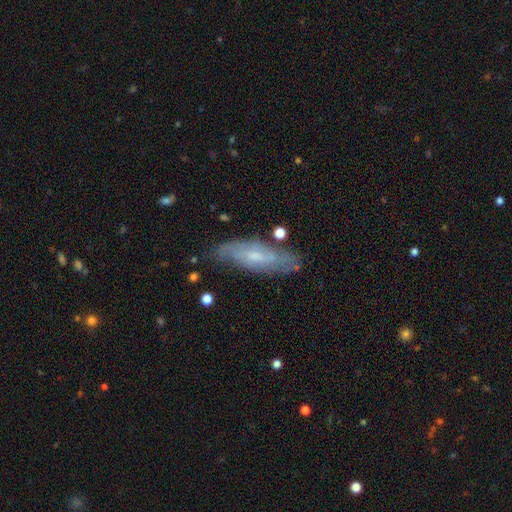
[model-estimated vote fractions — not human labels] smooth_or_featured: featured or disk (p=0.57) [alt: smooth p=0.36]
disk_edge_on: no (p=0.74) [alt: yes p=0.26]
merging: none (p=0.72) [alt: minor disturbance p=0.19]